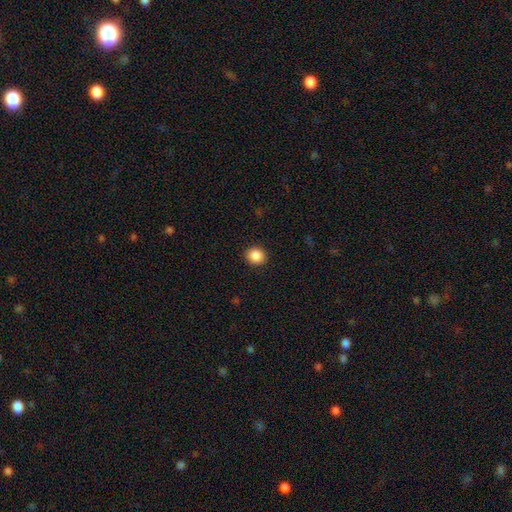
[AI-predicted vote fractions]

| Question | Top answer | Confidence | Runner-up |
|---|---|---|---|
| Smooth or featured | smooth | 88% | star or artifact (9%) |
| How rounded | round | 85% | in between (14%) |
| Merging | none | 92% | minor disturbance (5%) |